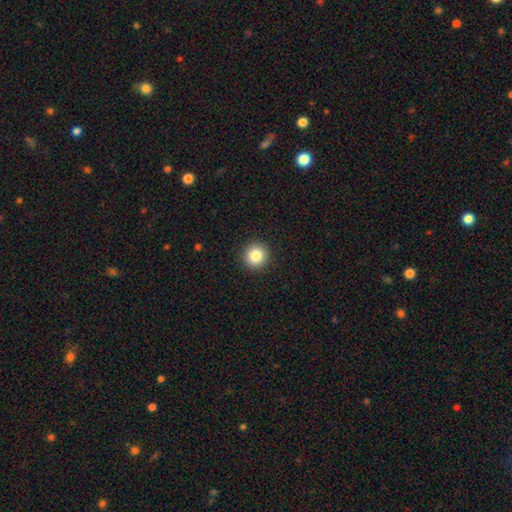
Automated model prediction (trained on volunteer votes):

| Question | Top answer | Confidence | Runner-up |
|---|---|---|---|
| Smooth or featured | smooth | 85% | star or artifact (10%) |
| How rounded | round | 94% | in between (5%) |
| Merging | none | 93% | minor disturbance (5%) |